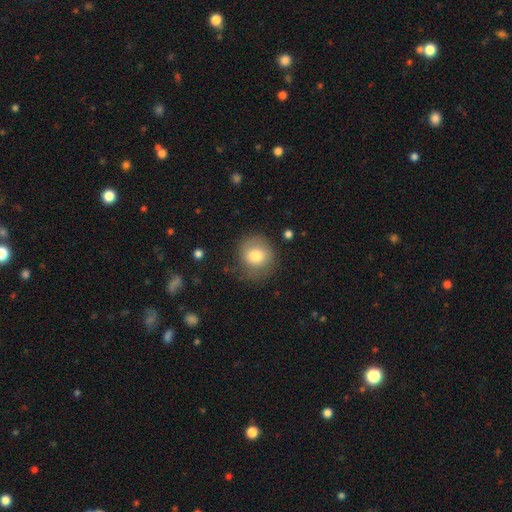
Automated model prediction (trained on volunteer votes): This is likely a smooth galaxy (78%). How rounded: clearly round (82%). Merging: likely none (69%).